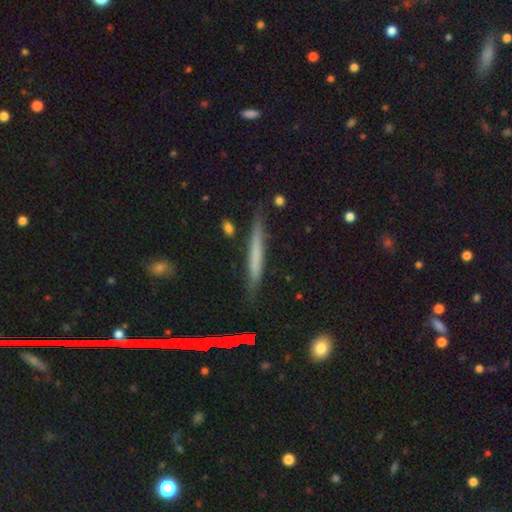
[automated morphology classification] A smooth galaxy with no disk features (51%) that is cigar-shaped (96%). Merging: none (85%).